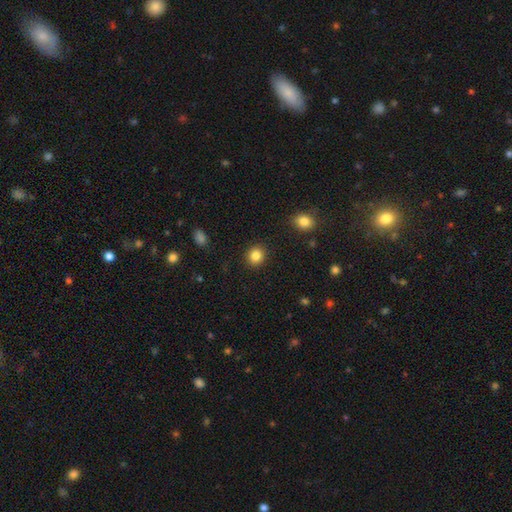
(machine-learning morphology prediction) smooth_or_featured: smooth (p=0.84) [alt: star or artifact p=0.10]
how_rounded: round (p=0.81) [alt: in between p=0.18]
merging: none (p=0.91) [alt: minor disturbance p=0.06]